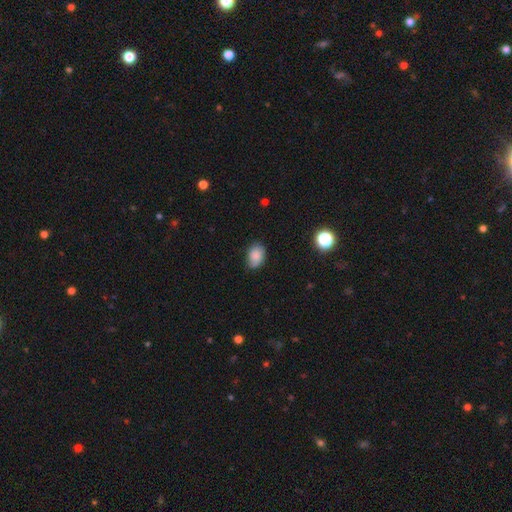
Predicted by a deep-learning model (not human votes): A smooth galaxy with no disk features (83%) that is in between round and cigar-shaped (77%). Merging: none (69%).